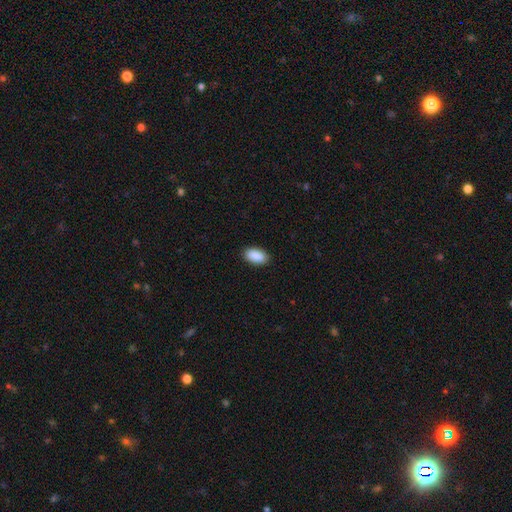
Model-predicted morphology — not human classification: smooth-or-featured: smooth: 91% | star or artifact: 6% | featured or disk: 2%
  how-rounded: in between: 94% | round: 4% | cigar-shaped: 2%
  merging: none: 89% | minor disturbance: 8% | major disturbance: 2% | merger: 1%